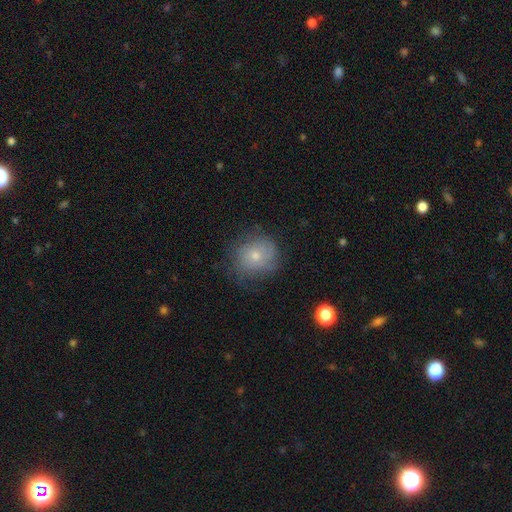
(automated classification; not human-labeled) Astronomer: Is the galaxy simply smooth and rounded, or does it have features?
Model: smooth — 61%.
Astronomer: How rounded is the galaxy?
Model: round — 78%.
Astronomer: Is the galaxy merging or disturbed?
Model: none — 66%.